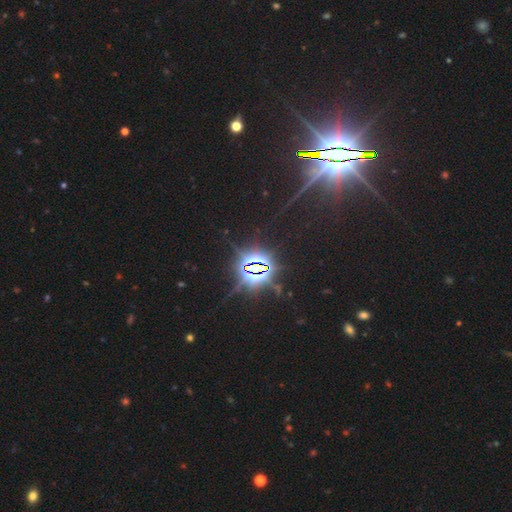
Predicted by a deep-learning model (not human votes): smooth_or_featured: star or artifact (p=0.87) [alt: featured or disk p=0.07]